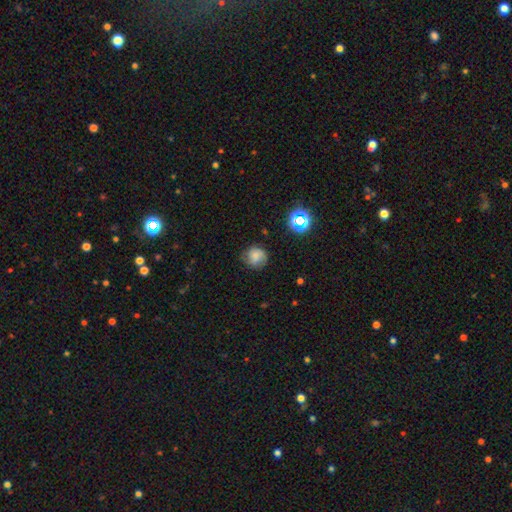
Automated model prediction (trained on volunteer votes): Smooth or featured? Predicted: smooth (p=0.66). How rounded? Predicted: round (p=0.86). Merging? Predicted: none (p=0.69).